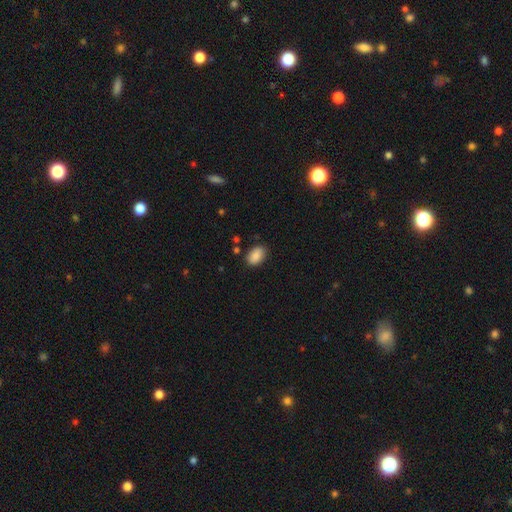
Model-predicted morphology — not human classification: smooth 85%, star or artifact 8%, featured or disk 7%. Down the decision tree: how rounded — in between (85%); merging — none (82%).